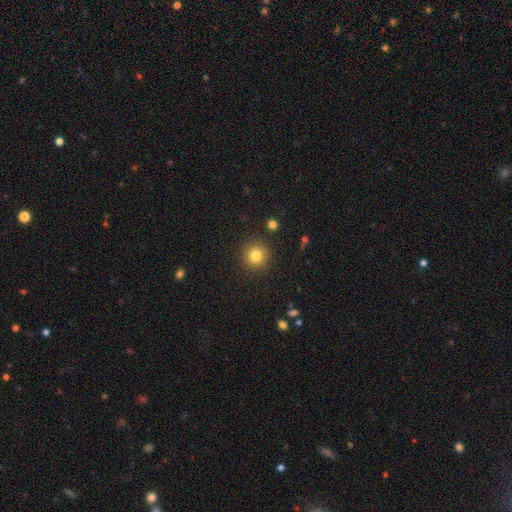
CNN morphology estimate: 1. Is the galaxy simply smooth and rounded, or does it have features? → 81% smooth, 12% star or artifact, 7% featured or disk.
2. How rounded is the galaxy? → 94% round, 5% in between, 1% cigar-shaped.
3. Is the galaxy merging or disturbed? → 90% none, 6% minor disturbance, 2% major disturbance, 2% merger.